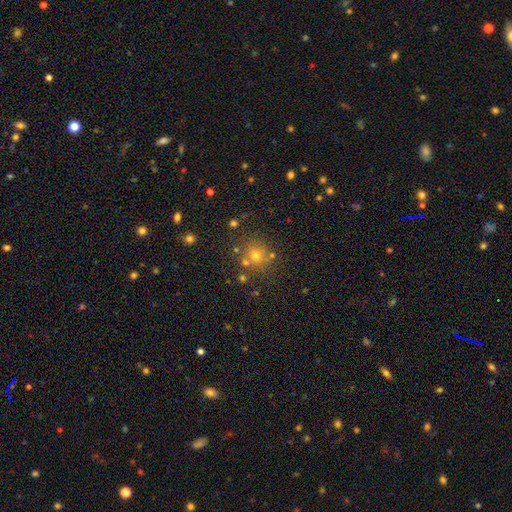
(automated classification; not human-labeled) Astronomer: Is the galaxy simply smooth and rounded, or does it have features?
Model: smooth — 61%.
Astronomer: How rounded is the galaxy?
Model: round — 88%.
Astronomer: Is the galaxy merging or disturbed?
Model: none — 74%.